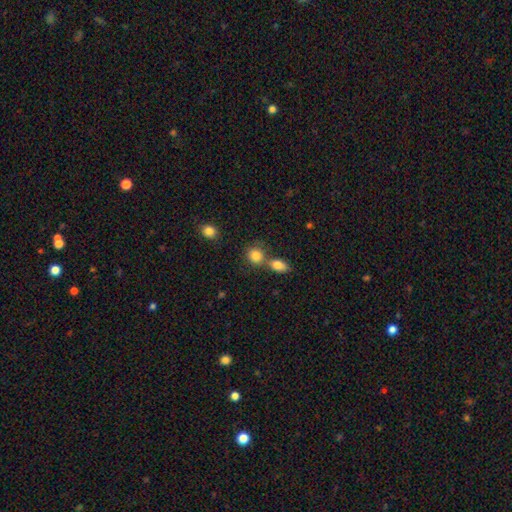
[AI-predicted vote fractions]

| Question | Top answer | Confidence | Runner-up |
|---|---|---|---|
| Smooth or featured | smooth | 84% | star or artifact (10%) |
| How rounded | round | 75% | in between (23%) |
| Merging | none | 51% | merger (37%) |